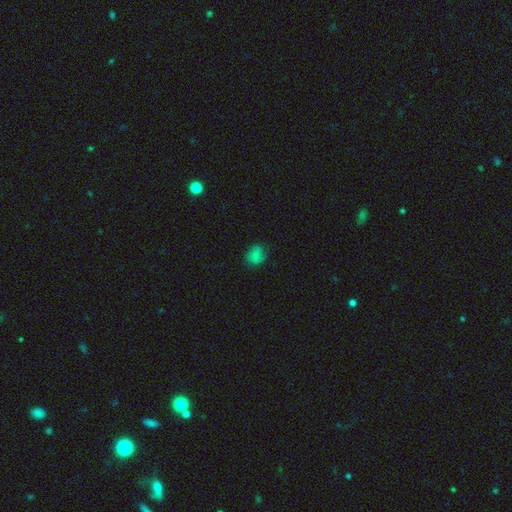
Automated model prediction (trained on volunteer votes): Overall: smooth (76%). How rounded: round (66%; in between 33%). Merging: none (72%).